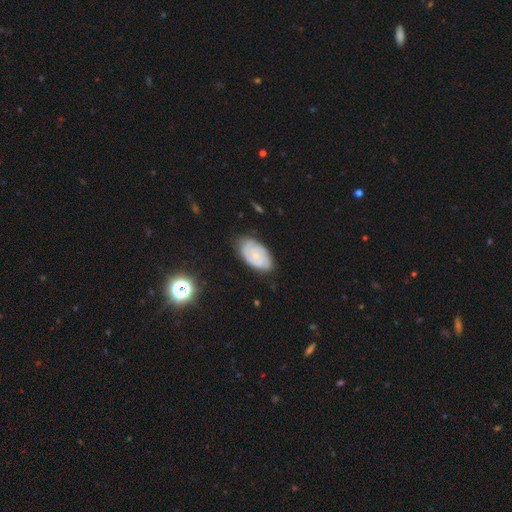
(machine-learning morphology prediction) Smooth or featured? featured or disk (63%)
Edge-on disk? no (96%)
Bar? no (78%)
Spiral arms? yes (87%)
Spiral winding? tight (68%)
Spiral arm count? can't tell (41%)
Bulge size? small (72%)
Merging? none (72%)